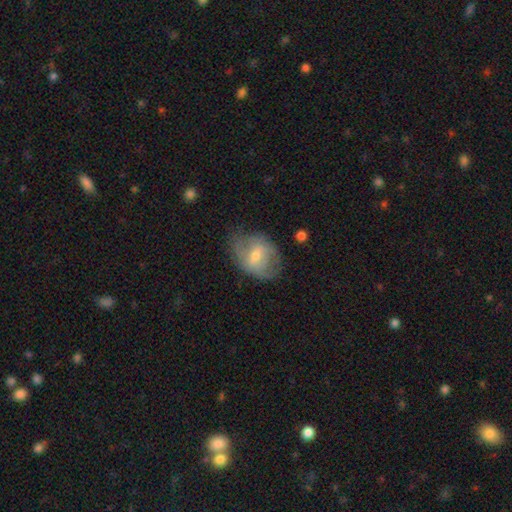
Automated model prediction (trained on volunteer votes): featured or disk 49%, smooth 44%, star or artifact 7%. Down the decision tree: merging — none (55%).